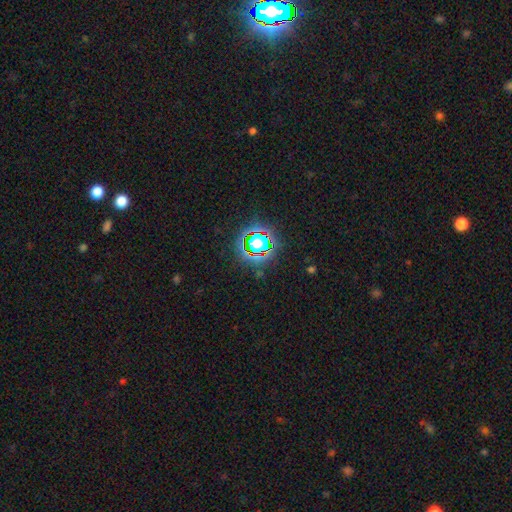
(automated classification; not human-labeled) A star or artifact, not a galaxy (81%).